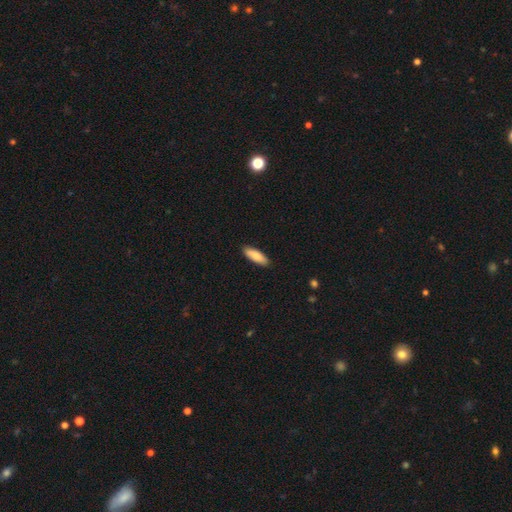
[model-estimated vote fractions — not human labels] A smooth galaxy with no disk features (85%) that is in between round and cigar-shaped (59%). Merging: none (89%).